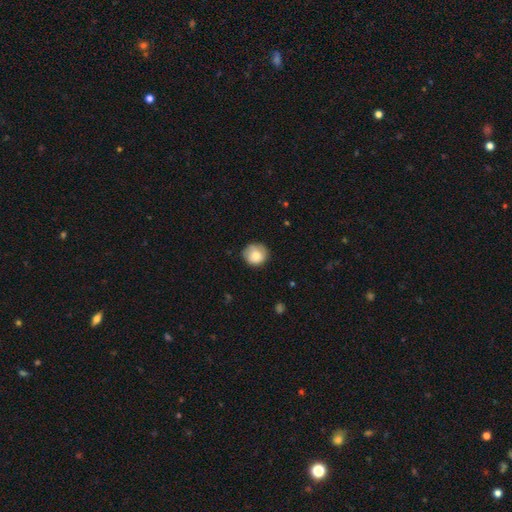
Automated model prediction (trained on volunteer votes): Smooth or featured? smooth (80%)
How rounded? round (87%)
Merging? none (75%)